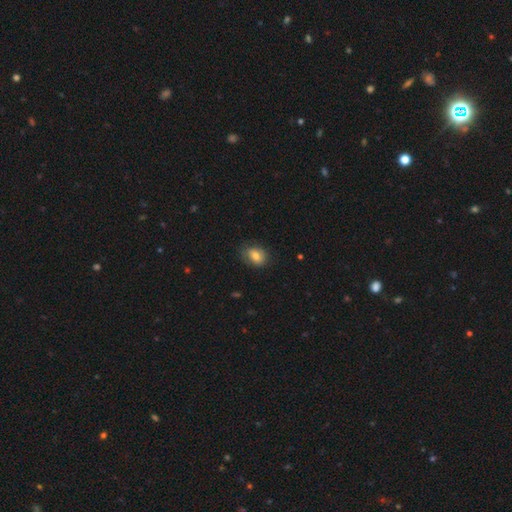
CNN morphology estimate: A smooth galaxy with no disk features (77%) that is in between round and cigar-shaped (70%).

Vote fractions:
- Smooth or featured? smooth: 77% / featured or disk: 15% / star or artifact: 9%
- How rounded? in between: 70% / round: 29% / cigar-shaped: 1%
- Merging? none: 75% / minor disturbance: 19% / major disturbance: 5% / merger: 1%